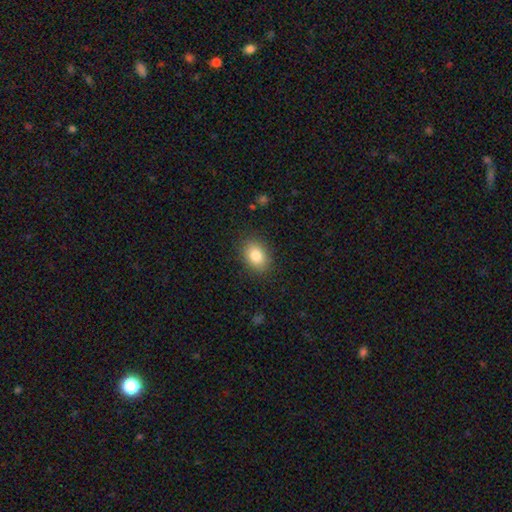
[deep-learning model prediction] Smooth or featured: smooth — 82% (star or artifact — 9%)
How rounded: in between — 74% (round — 25%)
Merging: none — 87% (minor disturbance — 9%)